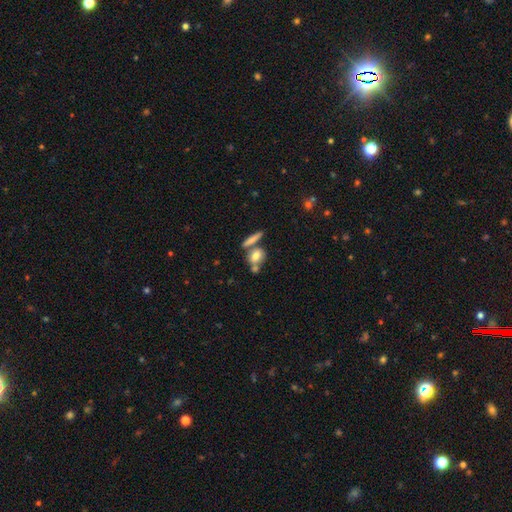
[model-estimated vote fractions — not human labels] A smooth galaxy with no disk features (73%) that is in between round and cigar-shaped (57%). Merging: none (49%).